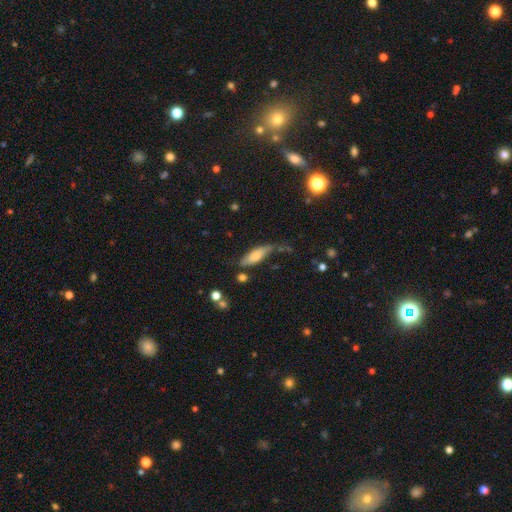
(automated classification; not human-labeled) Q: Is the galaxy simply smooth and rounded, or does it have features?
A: smooth — 63%.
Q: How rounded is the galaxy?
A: in between — 53%.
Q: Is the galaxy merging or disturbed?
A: none — 53%.